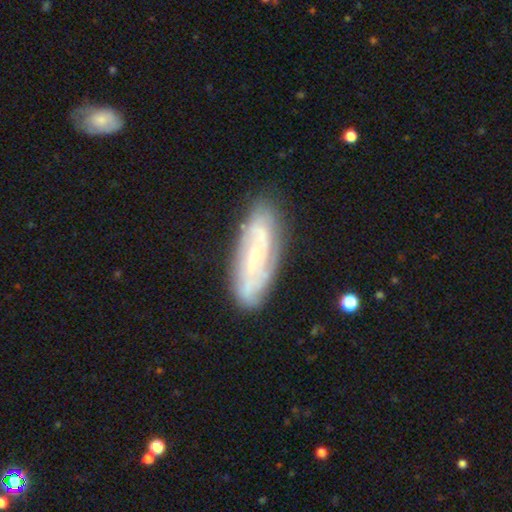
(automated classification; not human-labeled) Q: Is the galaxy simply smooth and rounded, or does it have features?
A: featured or disk — 69%.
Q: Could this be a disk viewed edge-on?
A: no — 84%.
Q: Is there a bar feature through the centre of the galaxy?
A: no — 54%.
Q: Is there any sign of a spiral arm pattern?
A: yes — 85%.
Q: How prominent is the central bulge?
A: small — 71%.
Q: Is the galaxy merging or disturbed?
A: none — 79%.